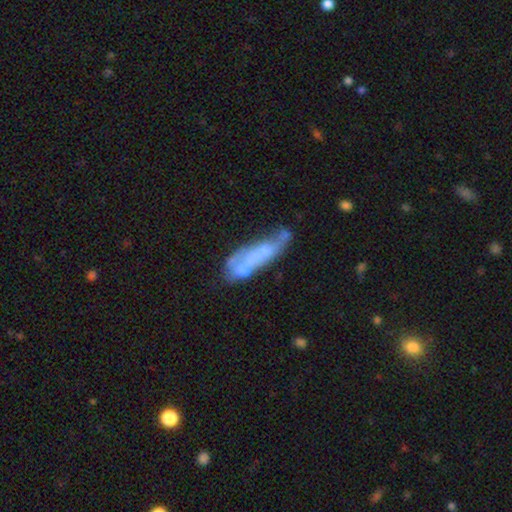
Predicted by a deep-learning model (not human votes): A featured or disk galaxy (52%).

Vote fractions:
- Smooth or featured? featured or disk: 52% / smooth: 39% / star or artifact: 9%
- Edge-on disk? no: 76% / yes: 24%
- Merging? none: 32% / merger: 27% / minor disturbance: 23% / major disturbance: 18%